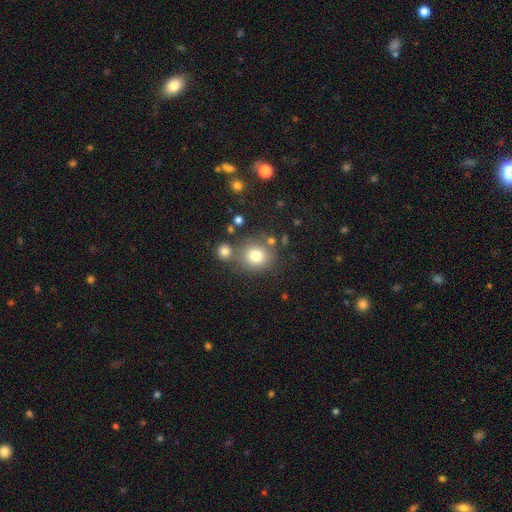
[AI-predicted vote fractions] The model was most divided on "merging": none: 70%, merger: 15%, minor disturbance: 11%, major disturbance: 4%. More confident: how rounded — round (86%); smooth or featured — smooth (78%).